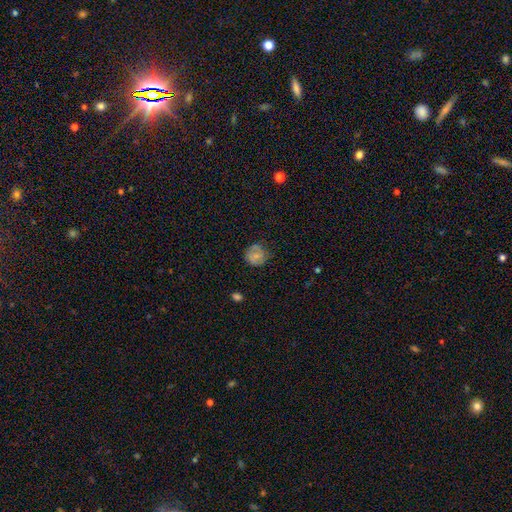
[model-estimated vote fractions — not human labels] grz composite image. It shows a smooth galaxy with no disk features (57%) that is round (86%). Merging: none (74%).